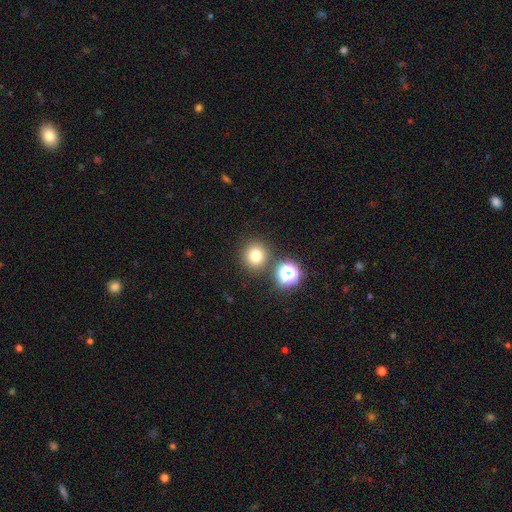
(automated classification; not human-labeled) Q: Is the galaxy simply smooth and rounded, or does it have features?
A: smooth — 76%.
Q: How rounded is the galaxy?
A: round — 92%.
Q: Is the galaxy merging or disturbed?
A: none — 82%.